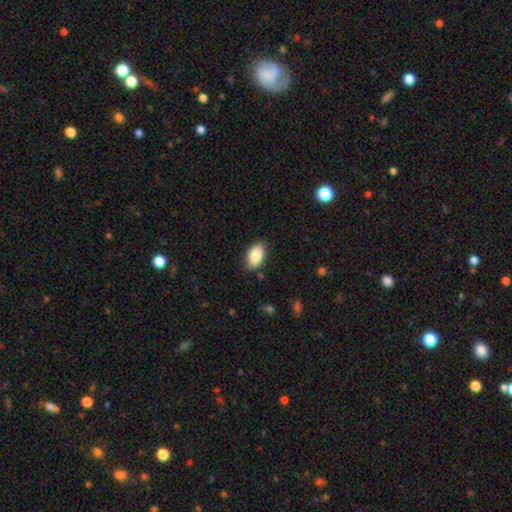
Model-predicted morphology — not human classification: Overall: smooth (85%). How rounded: in between (93%). Merging: none (85%).